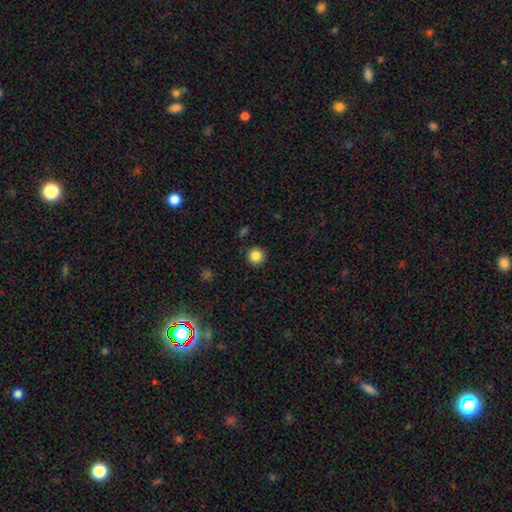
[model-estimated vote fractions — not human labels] smooth_or_featured: smooth (p=0.86) [alt: star or artifact p=0.10]
how_rounded: round (p=0.96) [alt: in between p=0.03]
merging: none (p=0.91) [alt: minor disturbance p=0.05]